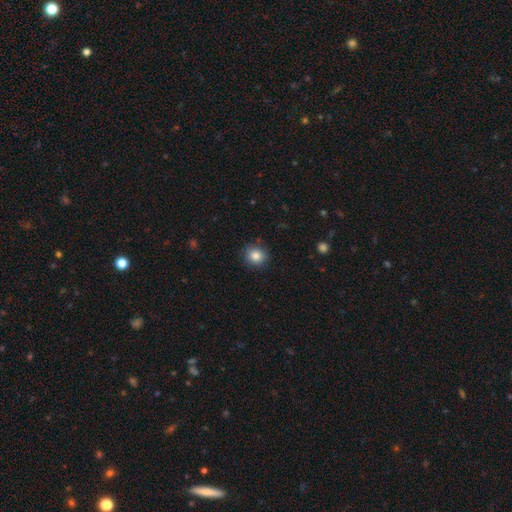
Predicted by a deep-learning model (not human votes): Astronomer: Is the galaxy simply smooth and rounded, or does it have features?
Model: smooth — 84%.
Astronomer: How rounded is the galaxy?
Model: round — 82%.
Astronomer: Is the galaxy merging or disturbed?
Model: none — 88%.